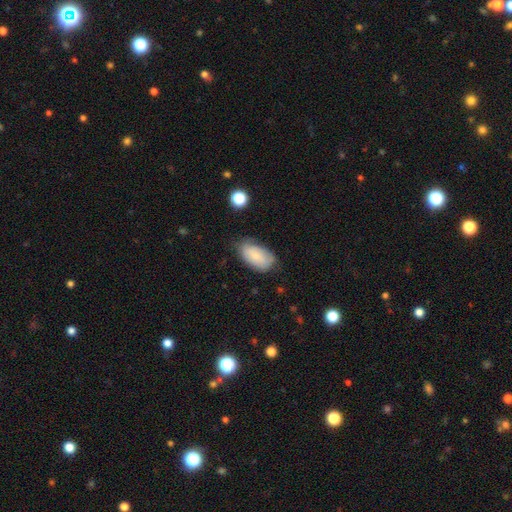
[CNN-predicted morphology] A smooth galaxy with no disk features (73%) that is in between round and cigar-shaped (94%).

Vote fractions:
- Smooth or featured? smooth: 73% / featured or disk: 20% / star or artifact: 7%
- How rounded? in between: 94% / round: 4% / cigar-shaped: 2%
- Merging? none: 64% / minor disturbance: 28% / major disturbance: 6% / merger: 2%